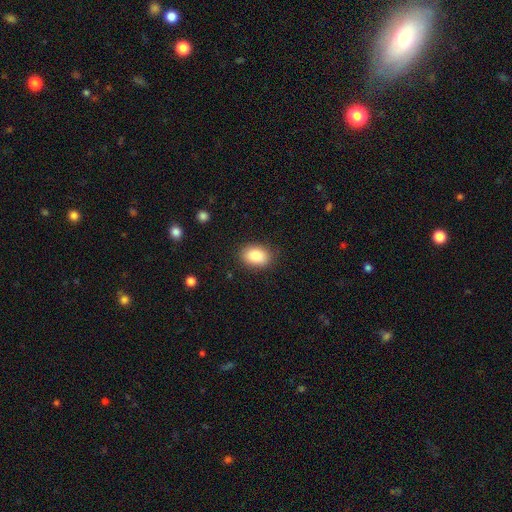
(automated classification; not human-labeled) Morphology: type=smooth (86%); roundness=in between (83%); merging=none (85%).